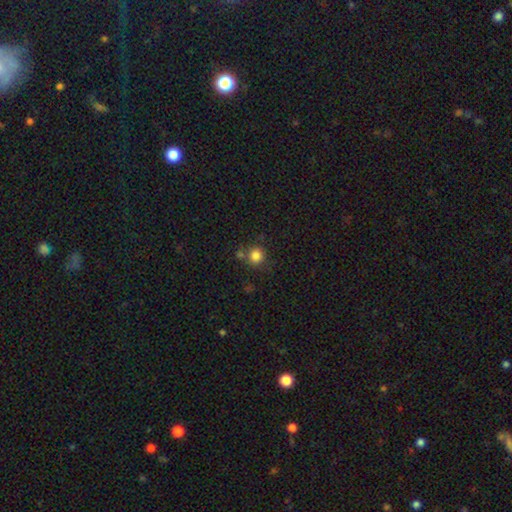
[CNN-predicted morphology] Smooth or featured? Predicted: smooth (p=0.83). How rounded? Predicted: round (p=0.90). Merging? Predicted: none (p=0.71).